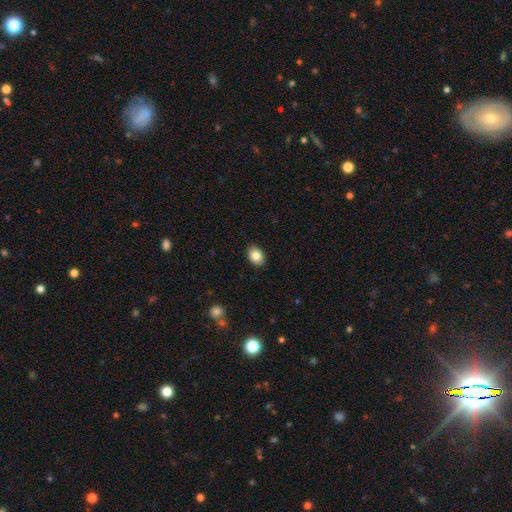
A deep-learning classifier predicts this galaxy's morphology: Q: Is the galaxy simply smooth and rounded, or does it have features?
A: smooth — 85%.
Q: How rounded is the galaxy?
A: in between — 77%.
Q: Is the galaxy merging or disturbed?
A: none — 89%.